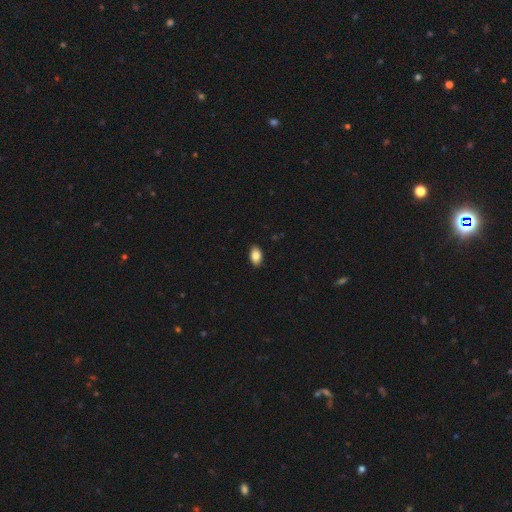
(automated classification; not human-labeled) Q: Smooth or featured?
A: smooth (86%); runner-up: star or artifact (7%)
Q: How rounded?
A: in between (91%); runner-up: round (7%)
Q: Merging?
A: none (89%); runner-up: minor disturbance (9%)